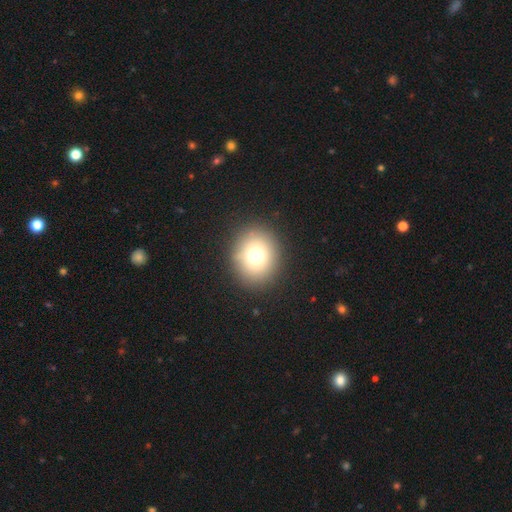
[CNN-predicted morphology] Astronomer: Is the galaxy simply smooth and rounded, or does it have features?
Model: smooth — 72%.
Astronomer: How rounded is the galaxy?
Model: round — 79%.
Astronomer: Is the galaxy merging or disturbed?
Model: none — 88%.